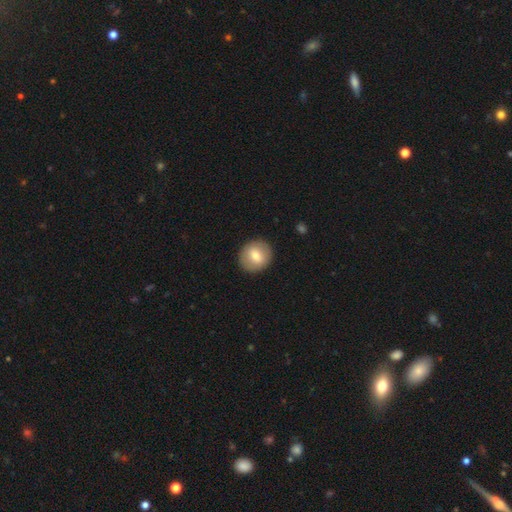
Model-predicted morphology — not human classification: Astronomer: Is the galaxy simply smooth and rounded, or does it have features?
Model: smooth — 69%.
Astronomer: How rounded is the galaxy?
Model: round — 84%.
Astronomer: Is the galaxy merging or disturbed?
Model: none — 89%.